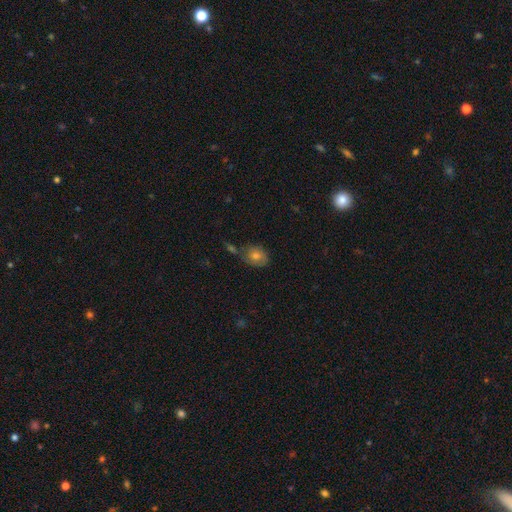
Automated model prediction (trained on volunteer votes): smooth_or_featured: smooth (p=0.66) [alt: featured or disk p=0.22]
how_rounded: in between (p=0.49) [tied with: round p=0.49]
merging: none (p=0.61) [alt: minor disturbance p=0.19]